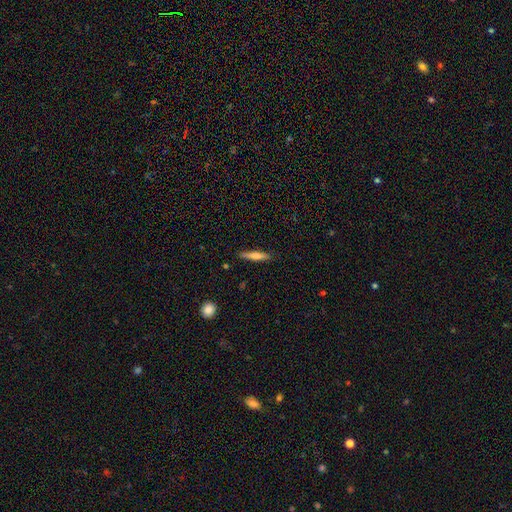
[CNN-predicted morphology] smooth_or_featured: smooth (p=0.51) [alt: featured or disk p=0.43]
how_rounded: cigar-shaped (p=0.88) [alt: in between p=0.10]
merging: none (p=0.89) [alt: minor disturbance p=0.08]